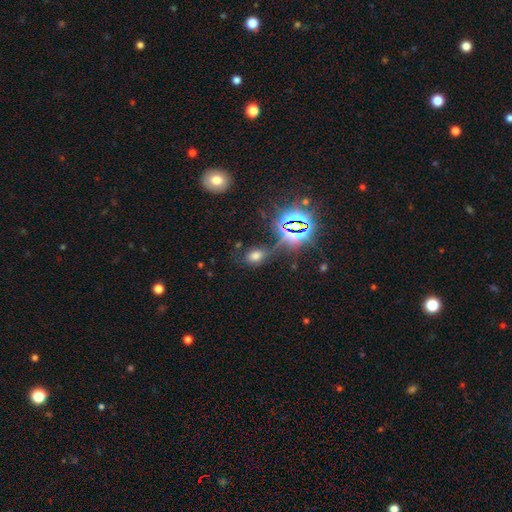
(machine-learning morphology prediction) Smooth or featured? Predicted: smooth (p=0.55). How rounded? Predicted: in between (p=0.77). Merging? Predicted: none (p=0.65).